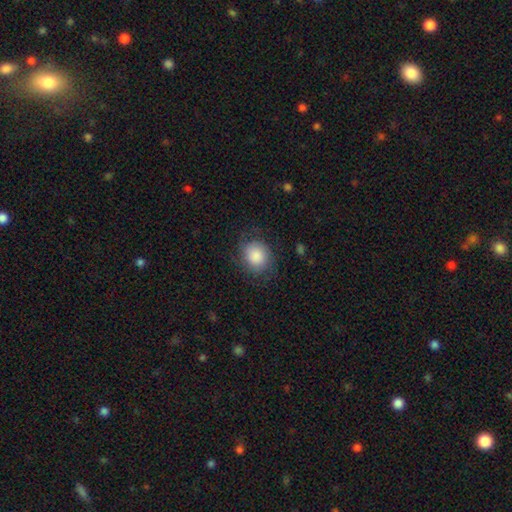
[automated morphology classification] Smooth or featured? smooth (78%)
How rounded? round (71%)
Merging? none (72%)